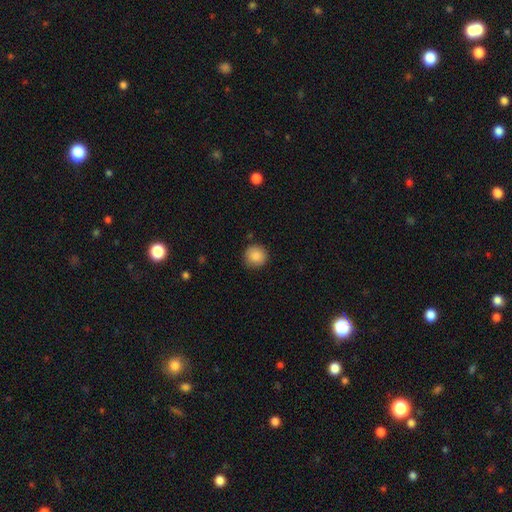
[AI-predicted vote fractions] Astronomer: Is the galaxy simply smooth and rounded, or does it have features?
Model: smooth — 87%.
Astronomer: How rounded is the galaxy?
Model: round — 93%.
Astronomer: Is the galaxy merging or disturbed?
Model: none — 88%.